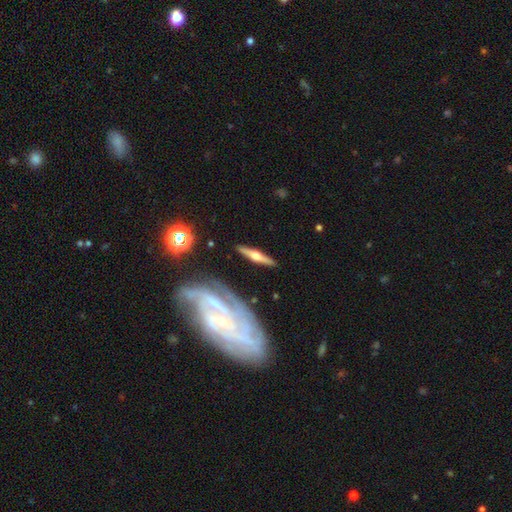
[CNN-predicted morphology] This appears to be a featured or disk galaxy (67%) viewed edge-on (91%) with a rounded central bulge (92%). Merging: none (86%).